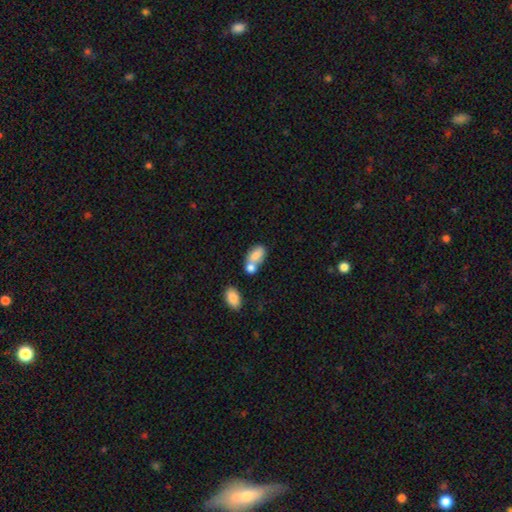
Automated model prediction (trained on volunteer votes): The model was most divided on "merging": merger: 50%, none: 33%, minor disturbance: 12%, major disturbance: 5%. More confident: how rounded — in between (88%); smooth or featured — smooth (78%).